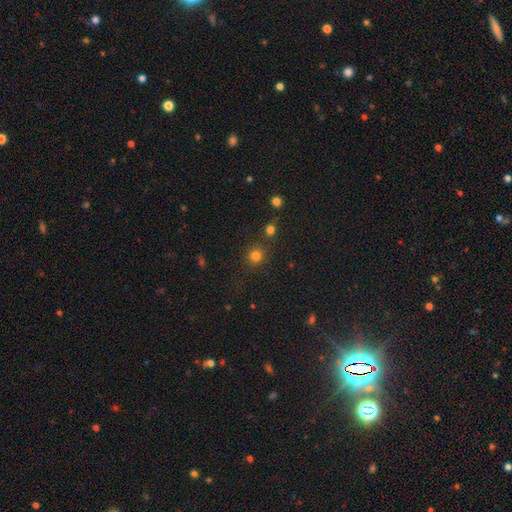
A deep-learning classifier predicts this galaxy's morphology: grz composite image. It shows a smooth galaxy with no disk features (79%) that is round (89%). Merging: none (81%).